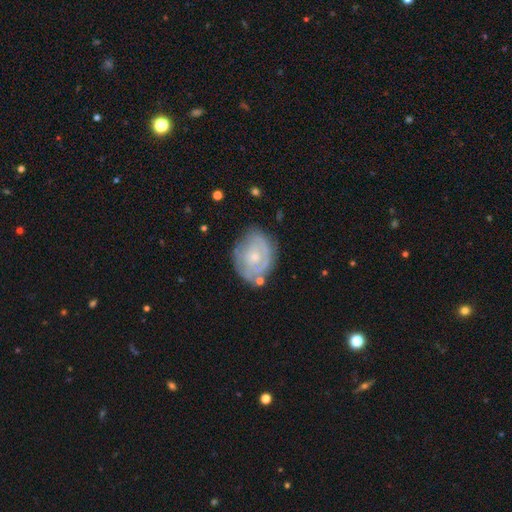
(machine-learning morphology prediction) Q: Smooth or featured?
A: featured or disk (70%); runner-up: smooth (24%)
Q: Edge-on disk?
A: no (97%); runner-up: yes (3%)
Q: Bar?
A: no (80%); runner-up: weak (17%)
Q: Spiral arms?
A: yes (75%); runner-up: no (25%)
Q: Spiral winding?
A: tight (70%); runner-up: medium (22%)
Q: Spiral arm count?
A: can't tell (48%); runner-up: 2 (27%)
Q: Bulge size?
A: small (61%); runner-up: moderate (34%)
Q: Merging?
A: none (68%); runner-up: minor disturbance (21%)